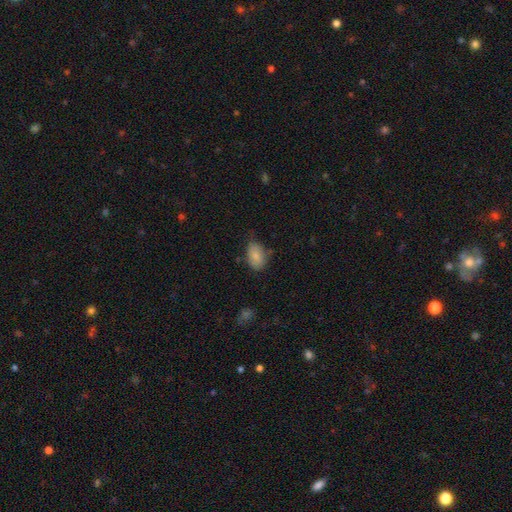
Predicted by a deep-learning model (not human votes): Smooth or featured? Predicted: smooth (p=0.84). How rounded? Predicted: in between (p=0.89). Merging? Predicted: none (p=0.66).